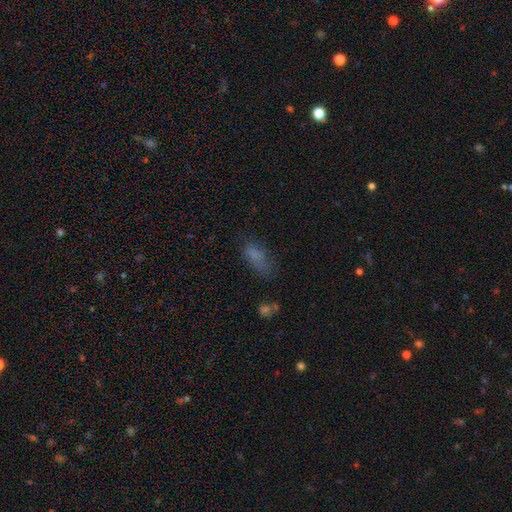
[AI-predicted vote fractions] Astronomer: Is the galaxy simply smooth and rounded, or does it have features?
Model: smooth — 72%.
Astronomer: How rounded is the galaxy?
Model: in between — 80%.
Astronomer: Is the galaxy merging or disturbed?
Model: none — 53%.